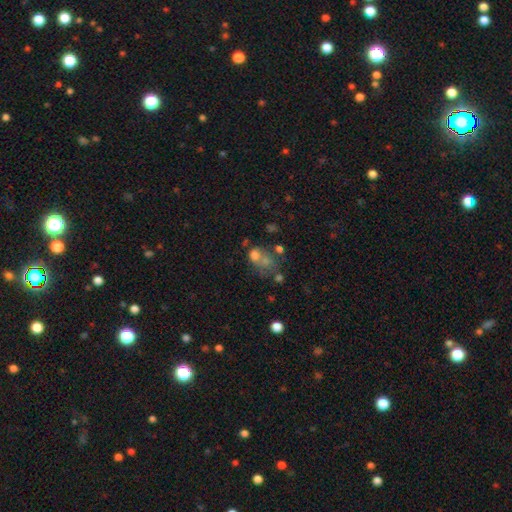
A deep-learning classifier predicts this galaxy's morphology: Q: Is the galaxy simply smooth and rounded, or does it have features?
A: smooth — 55%.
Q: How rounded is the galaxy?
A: round — 55%.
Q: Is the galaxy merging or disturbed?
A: merger — 47%.